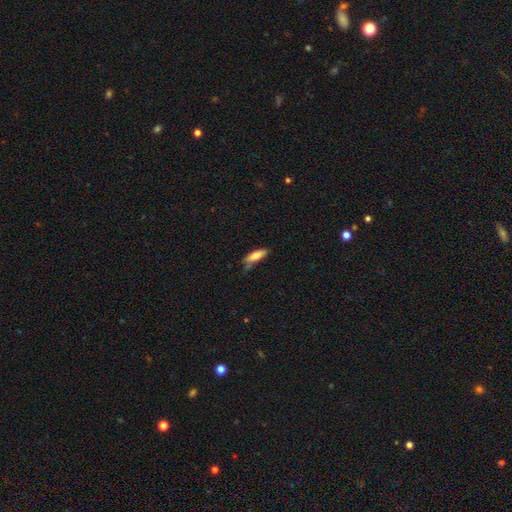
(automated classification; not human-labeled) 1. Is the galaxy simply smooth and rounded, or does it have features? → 80% smooth, 13% featured or disk, 7% star or artifact.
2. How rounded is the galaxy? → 50% in between, 48% cigar-shaped, 2% round.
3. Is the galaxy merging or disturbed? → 58% none, 29% minor disturbance, 7% major disturbance, 5% merger.